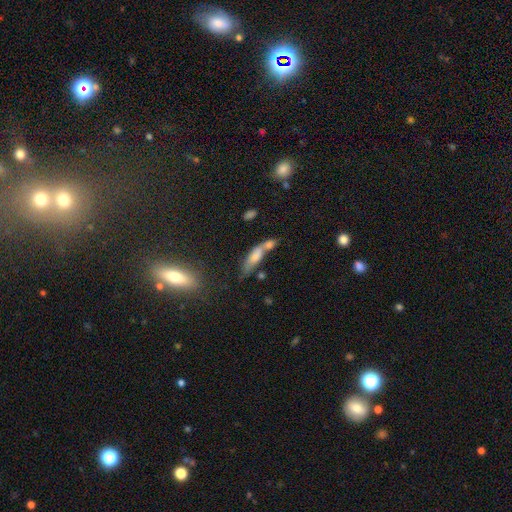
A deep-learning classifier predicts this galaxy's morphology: The model was most divided on "how rounded": cigar-shaped: 51%, in between: 46%, round: 4%. More confident: smooth or featured — smooth (64%); merging — merger (53%).